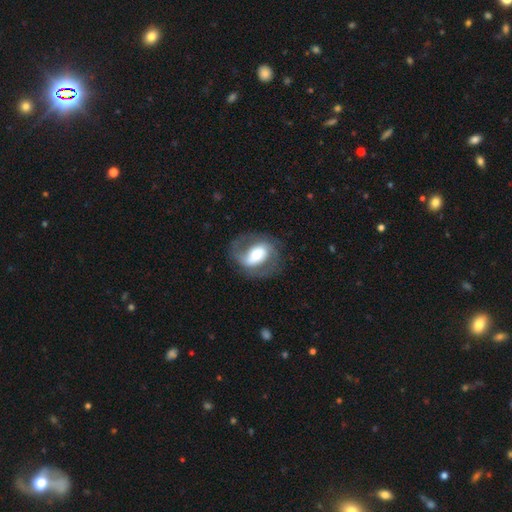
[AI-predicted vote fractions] Overall: featured or disk (73%). Edge-on disk: no (96%). Bar: strong (36%; weak 34%). Spiral arms: yes (85%). Spiral arm count: 2 (82%). Spiral winding: medium (47%; loose 28%). Bulge size: moderate (56%; large 20%). Merging: none (71%).